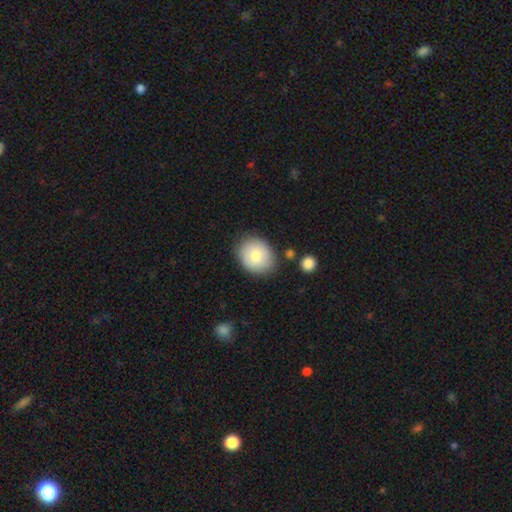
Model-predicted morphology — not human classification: This is likely a smooth galaxy (77%). How rounded: possibly round (59%). Merging: clearly none (80%).